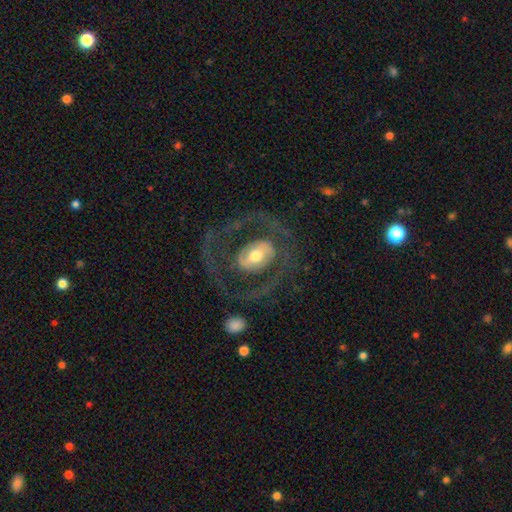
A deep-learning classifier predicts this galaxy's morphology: A featured or disk galaxy (79%) with no bar (39%), 2 (79%) medium (49%) spiral arms (75%) and a moderate central bulge (64%). Merging: none (67%).